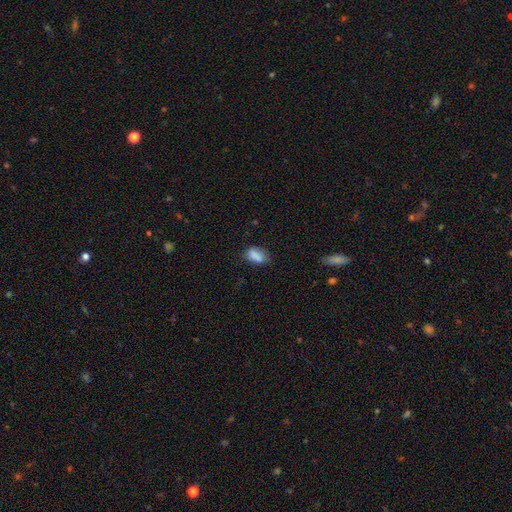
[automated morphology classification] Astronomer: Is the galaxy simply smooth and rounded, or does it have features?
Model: smooth — 84%.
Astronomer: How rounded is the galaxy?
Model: in between — 87%.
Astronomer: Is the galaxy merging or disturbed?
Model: none — 64%.